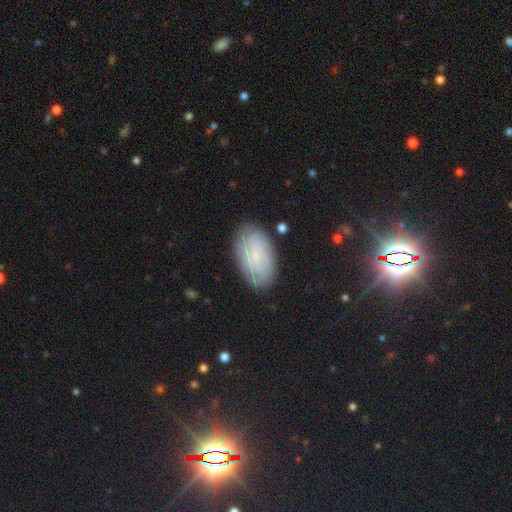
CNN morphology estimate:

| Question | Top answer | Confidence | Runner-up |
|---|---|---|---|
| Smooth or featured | featured or disk | 47% | smooth (43%) |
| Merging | none | 82% | minor disturbance (14%) |